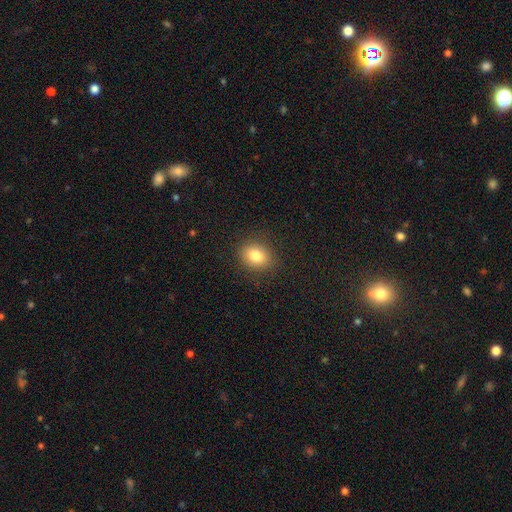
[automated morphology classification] Overall: smooth (81%). How rounded: in between (56%; round 43%). Merging: none (87%).